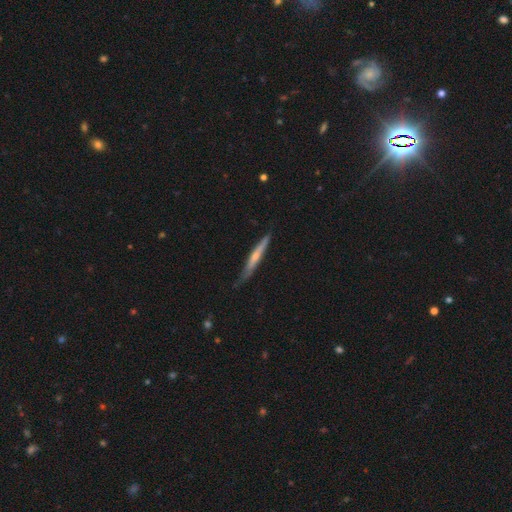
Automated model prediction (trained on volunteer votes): The model was most divided on "smooth or featured": smooth: 48%, featured or disk: 47%, star or artifact: 5%. More confident: merging — none (72%).